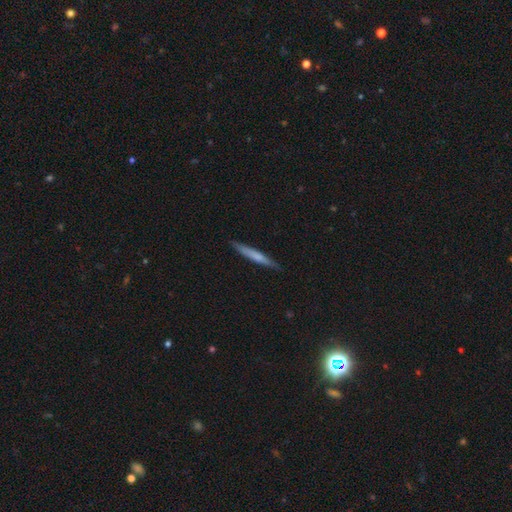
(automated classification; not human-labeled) smooth_or_featured: smooth (p=0.57) [alt: featured or disk p=0.38]
how_rounded: cigar-shaped (p=0.95) [alt: in between p=0.03]
merging: none (p=0.89) [alt: minor disturbance p=0.09]